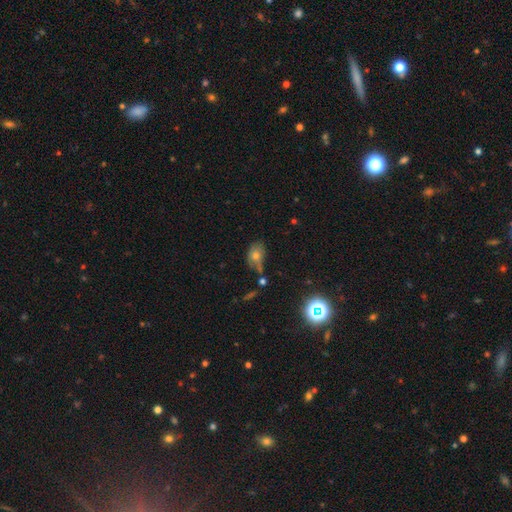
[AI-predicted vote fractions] Morphology: type=smooth (63%); roundness=in between (75%); merging=none (40%).